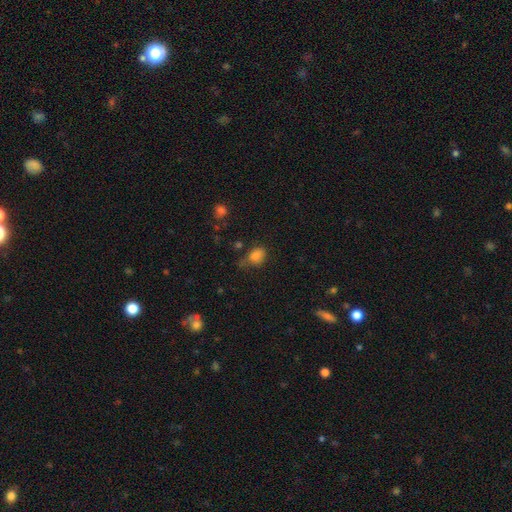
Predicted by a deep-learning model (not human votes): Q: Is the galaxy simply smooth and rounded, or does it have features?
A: smooth — 80%.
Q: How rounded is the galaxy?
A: in between — 64%.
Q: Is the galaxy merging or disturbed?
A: none — 50%.